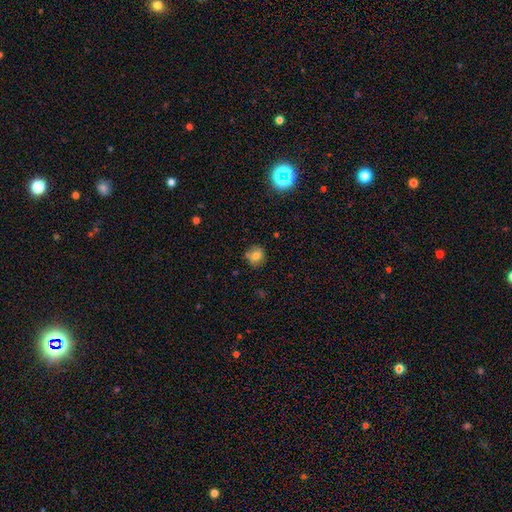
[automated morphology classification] The model was most divided on "merging": none: 76%, minor disturbance: 16%, merger: 5%, major disturbance: 4%. More confident: how rounded — round (82%); smooth or featured — smooth (77%).